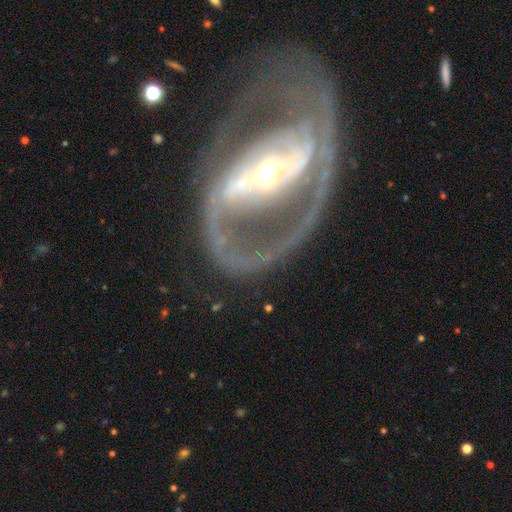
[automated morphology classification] The model was most divided on "spiral winding": medium: 46%, tight: 34%, loose: 20%. More confident: edge-on disk — no (95%); smooth or featured — featured or disk (89%); spiral arms — yes (85%); spiral arm count — 2 (75%); bar — strong (63%); merging — none (57%); bulge size — small (55%).